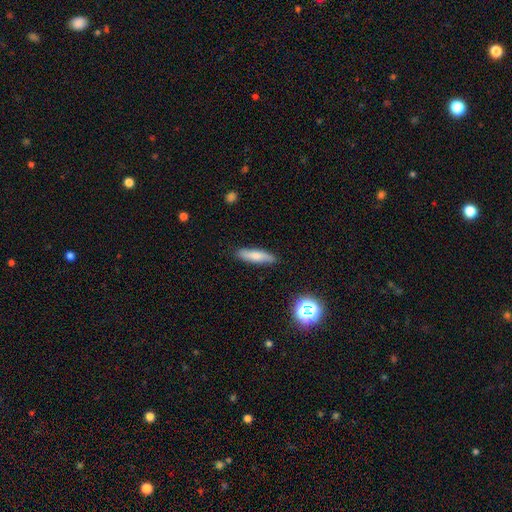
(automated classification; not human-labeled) This appears to be a smooth galaxy with no disk features (72%) that is cigar-shaped (74%). Merging: none (85%).